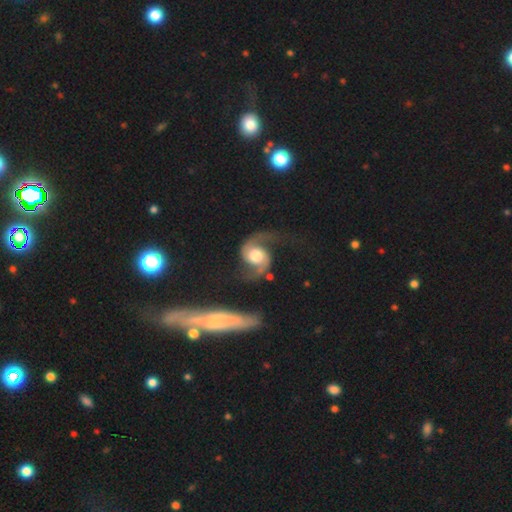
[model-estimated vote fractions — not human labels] The model was most divided on "spiral winding": loose: 48%, medium: 42%, tight: 10%. More confident: edge-on disk — no (98%); spiral arms — yes (97%); spiral arm count — 2 (94%); smooth or featured — featured or disk (88%); bar — no (68%); merging — none (66%); bulge size — moderate (51%).